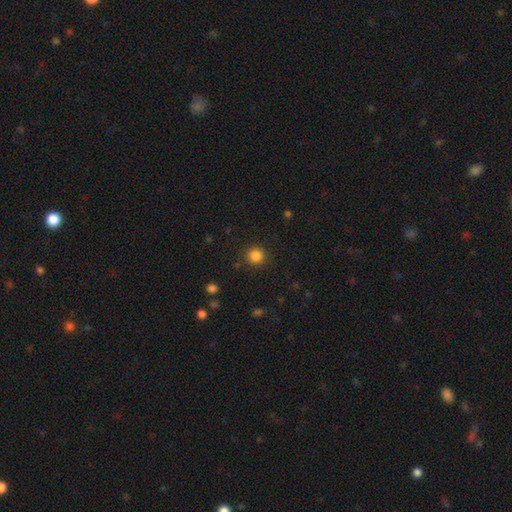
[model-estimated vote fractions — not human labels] Smooth or featured? Predicted: smooth (p=0.84). How rounded? Predicted: round (p=0.93). Merging? Predicted: none (p=0.89).